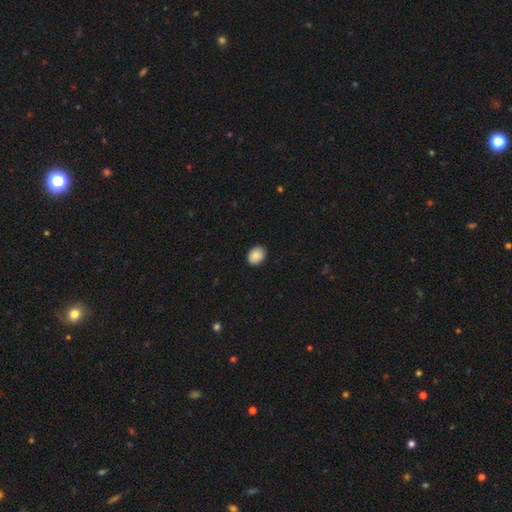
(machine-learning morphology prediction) The model was most divided on "how rounded": in between: 64%, round: 35%, cigar-shaped: 1%. More confident: merging — none (89%); smooth or featured — smooth (89%).